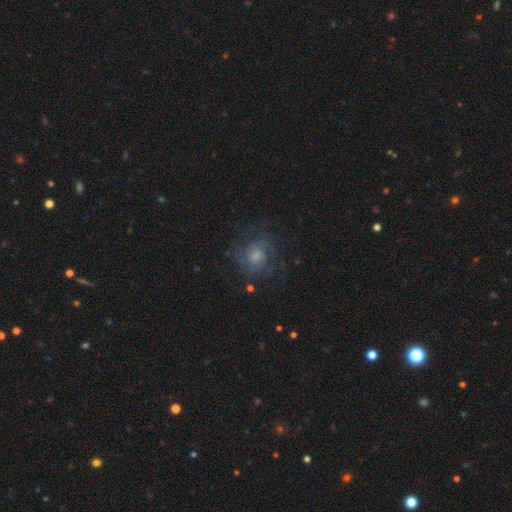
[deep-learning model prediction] This is likely a featured or disk galaxy (61%). It is clearly not viewed edge-on (97%). Bar: likely no (71%). Spiral arm pattern: clearly yes (84%). Spiral arm count: marginally can't tell (42%). Spiral winding: marginally tight (42%, tied with medium). Central bulge: marginally moderate (44%). Merging: likely none (66%).